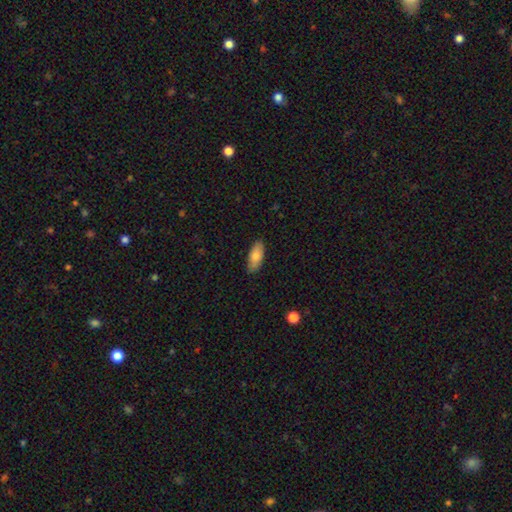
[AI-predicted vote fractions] This is likely a smooth galaxy (79%). How rounded: clearly in between (83%). Merging: clearly none (87%).